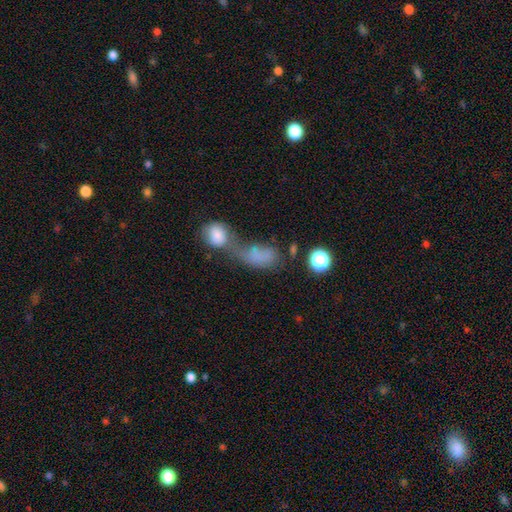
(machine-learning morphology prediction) Overall: smooth (69%). How rounded: in between (74%). Merging: merger (60%).